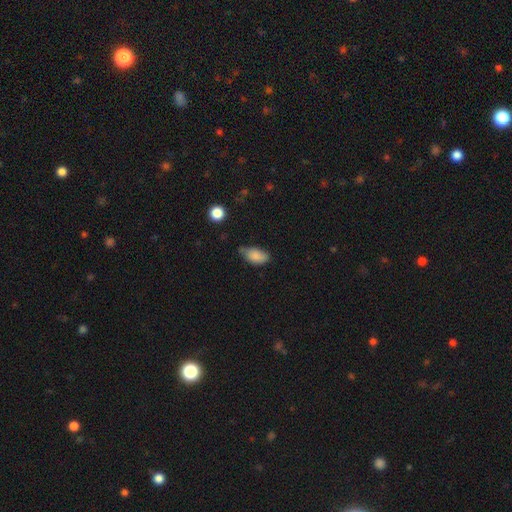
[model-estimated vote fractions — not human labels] This appears to be a smooth galaxy with no disk features (85%) that is in between round and cigar-shaped (91%). Merging: none (51%).